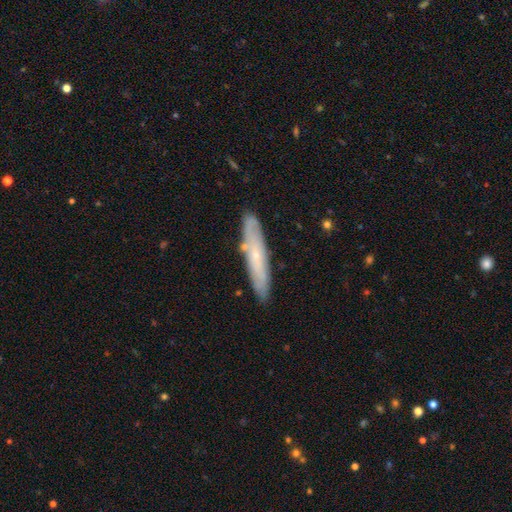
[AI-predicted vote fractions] Overall: smooth (48%; featured or disk 46%). Merging: none (83%).